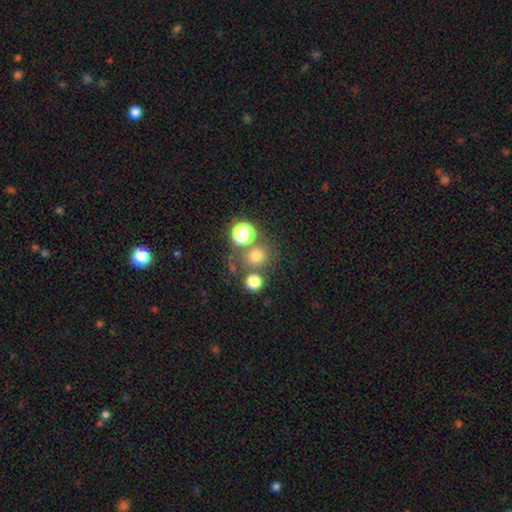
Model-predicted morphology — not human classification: This appears to be a smooth galaxy with no disk features (70%) that is round (88%). Merging: none (68%).